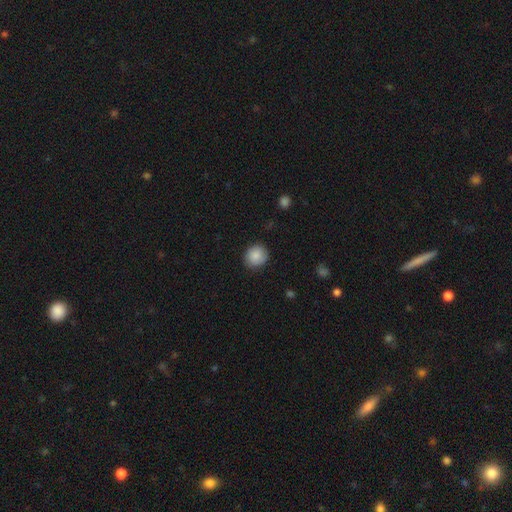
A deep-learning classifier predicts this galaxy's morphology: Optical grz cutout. It shows a smooth galaxy with no disk features (86%) that is round (82%). Merging: none (86%).